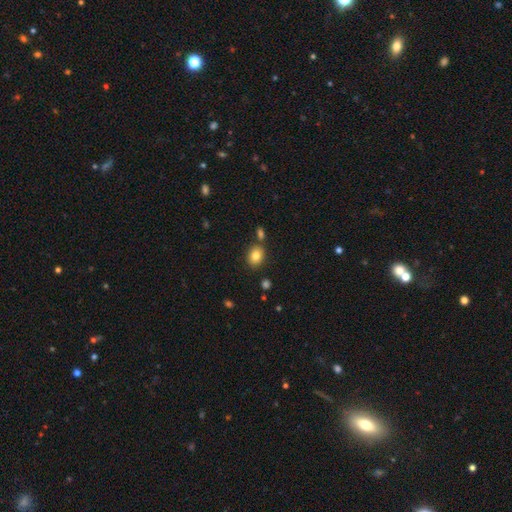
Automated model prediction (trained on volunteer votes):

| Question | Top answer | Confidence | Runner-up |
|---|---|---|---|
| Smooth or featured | smooth | 83% | star or artifact (9%) |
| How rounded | in between | 58% | round (41%) |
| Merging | none | 77% | minor disturbance (11%) |